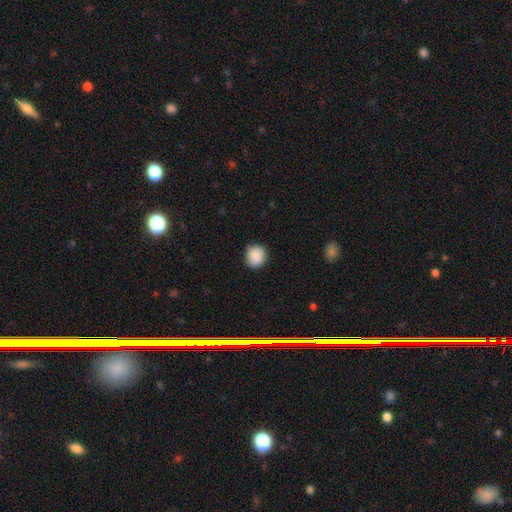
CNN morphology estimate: This appears to be a smooth galaxy with no disk features (89%) that is round (87%). Merging: none (87%).